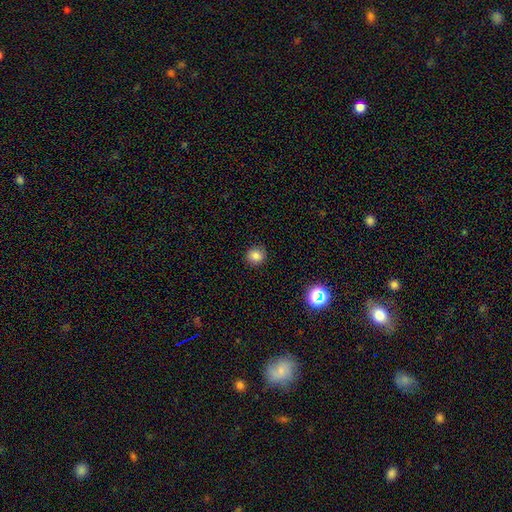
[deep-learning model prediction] A smooth galaxy with no disk features (82%) that is round (88%). Merging: none (89%).